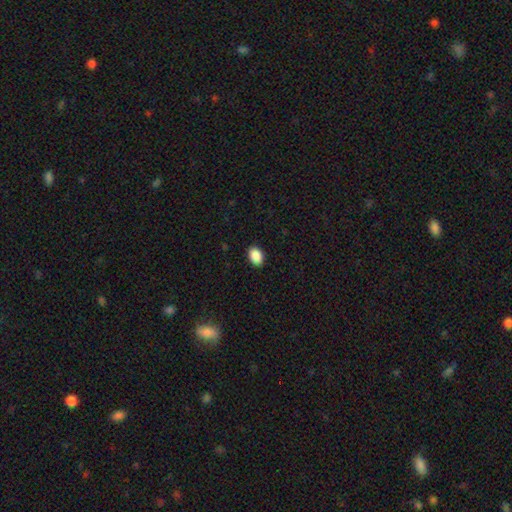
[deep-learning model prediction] Smooth or featured: smooth — 90% (star or artifact — 7%)
How rounded: in between — 83% (round — 16%)
Merging: none — 90% (minor disturbance — 7%)